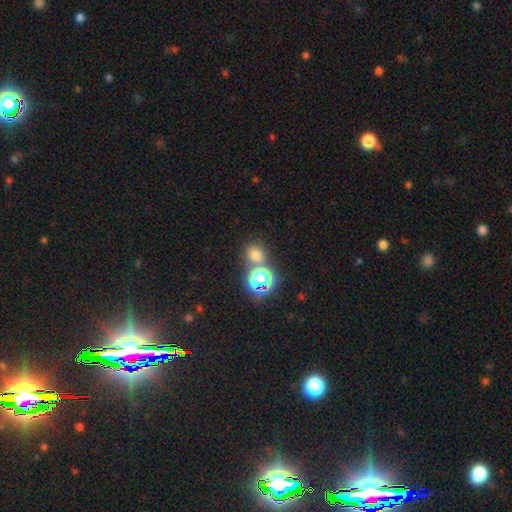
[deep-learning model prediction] Morphology: type=smooth (64%); roundness=round (73%); merging=none (64%).